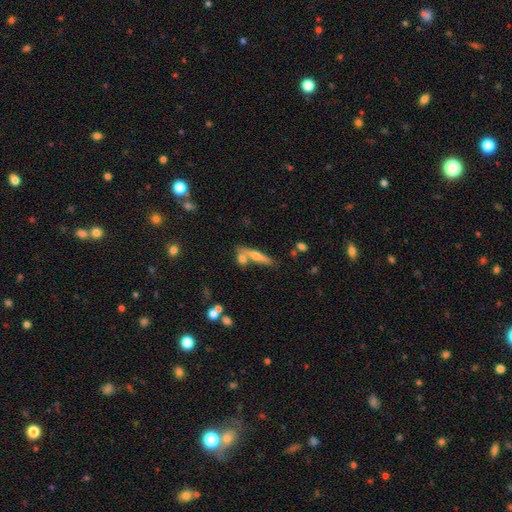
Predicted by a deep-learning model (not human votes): Q: Smooth or featured?
A: smooth (48%); runner-up: featured or disk (44%)
Q: Merging?
A: none (58%); runner-up: merger (28%)